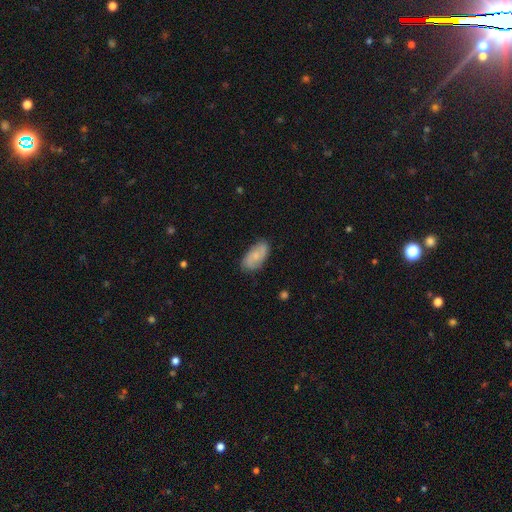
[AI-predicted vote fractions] smooth_or_featured: smooth (p=0.53) [alt: featured or disk p=0.40]
how_rounded: in between (p=0.91) [alt: cigar-shaped p=0.06]
merging: none (p=0.79) [alt: minor disturbance p=0.17]